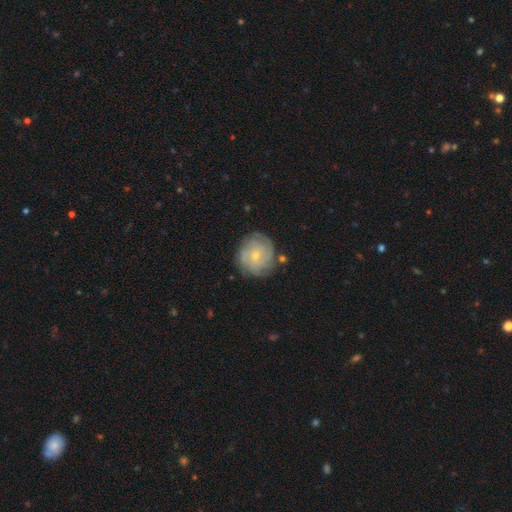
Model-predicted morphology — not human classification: A featured or disk galaxy (68%) with no bar (76%), tight (70%) spiral arms (88%) and a small central bulge (71%). Merging: none (77%).